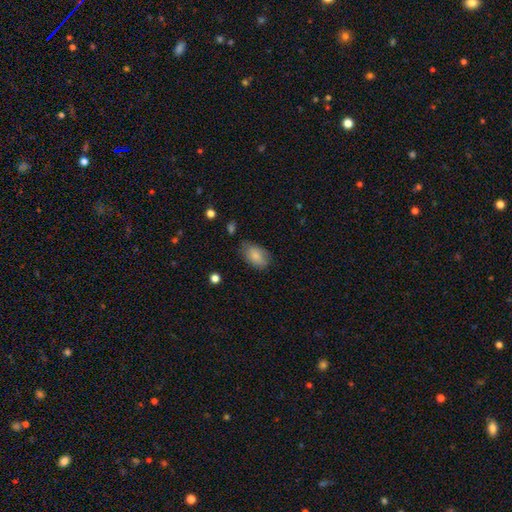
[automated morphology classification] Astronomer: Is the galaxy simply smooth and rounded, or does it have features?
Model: smooth — 82%.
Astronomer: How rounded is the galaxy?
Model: in between — 90%.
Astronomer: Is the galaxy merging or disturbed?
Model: none — 68%.